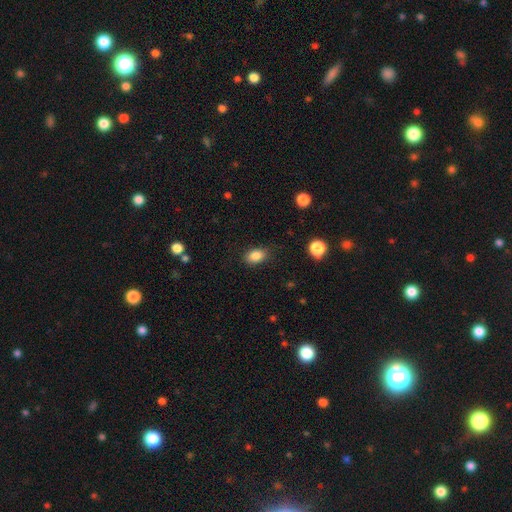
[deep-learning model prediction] This appears to be a smooth galaxy with no disk features (86%) that is in between round and cigar-shaped (84%). Merging: none (83%).